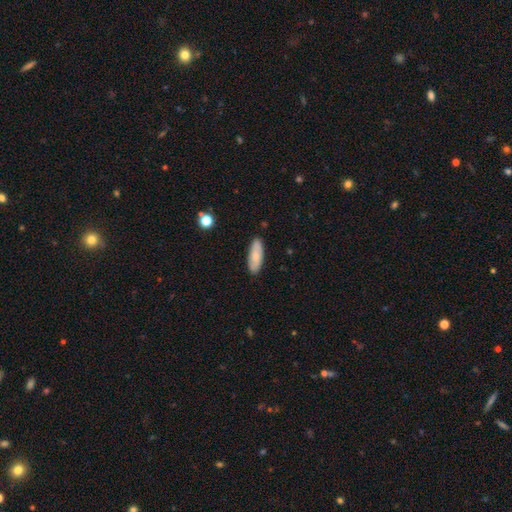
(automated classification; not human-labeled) This appears to be a smooth galaxy with no disk features (79%) that is in between round and cigar-shaped (66%). Merging: none (87%).